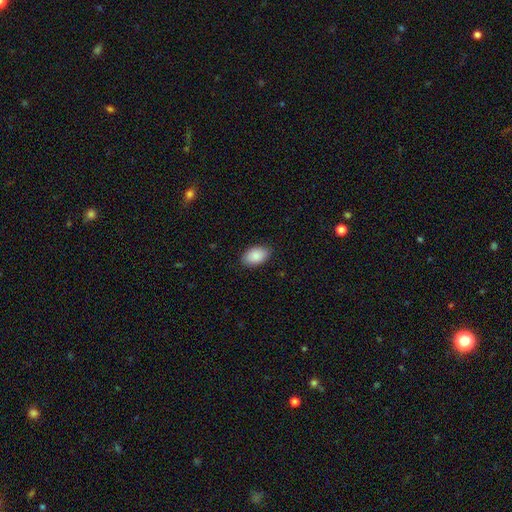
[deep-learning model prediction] Smooth or featured? Predicted: smooth (p=0.88). How rounded? Predicted: in between (p=0.93). Merging? Predicted: none (p=0.87).